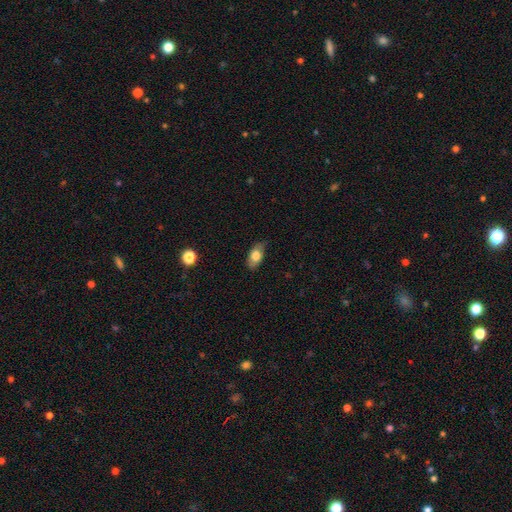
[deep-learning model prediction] smooth 76%, featured or disk 17%, star or artifact 7%. Down the decision tree: how rounded — in between (89%); merging — none (76%).